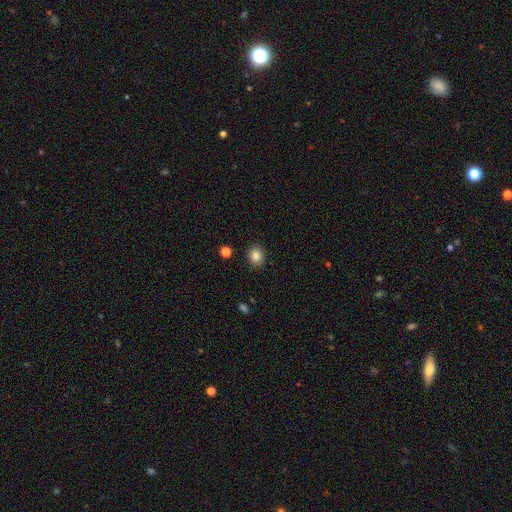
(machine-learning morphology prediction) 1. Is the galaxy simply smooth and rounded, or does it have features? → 85% smooth, 10% star or artifact, 5% featured or disk.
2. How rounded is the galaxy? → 63% round, 36% in between, 1% cigar-shaped.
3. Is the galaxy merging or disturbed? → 88% none, 8% minor disturbance, 2% major disturbance, 2% merger.